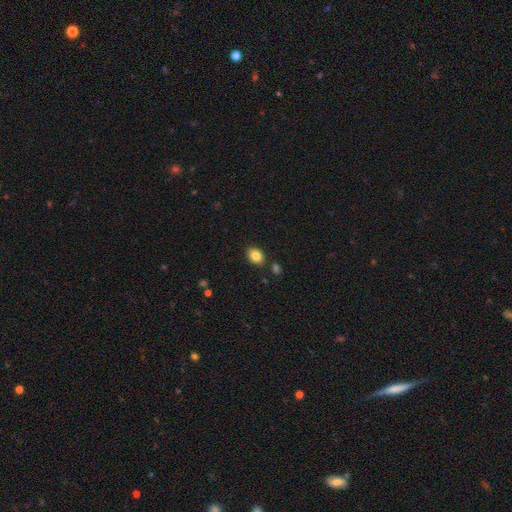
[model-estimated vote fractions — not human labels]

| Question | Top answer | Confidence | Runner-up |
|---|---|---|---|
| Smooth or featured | smooth | 85% | star or artifact (9%) |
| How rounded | in between | 72% | round (27%) |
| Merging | none | 84% | minor disturbance (10%) |